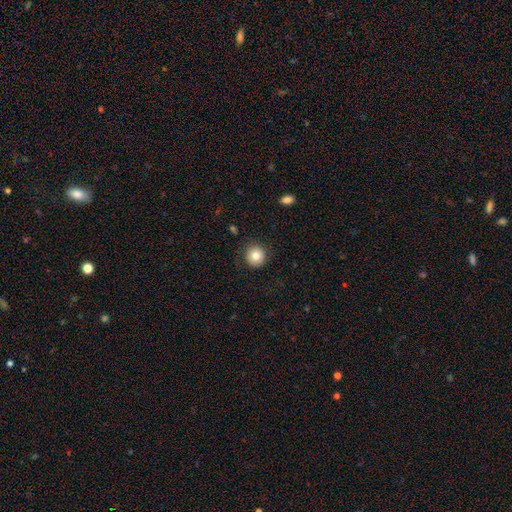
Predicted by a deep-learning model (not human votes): Overall: smooth (81%). How rounded: round (94%). Merging: none (89%).